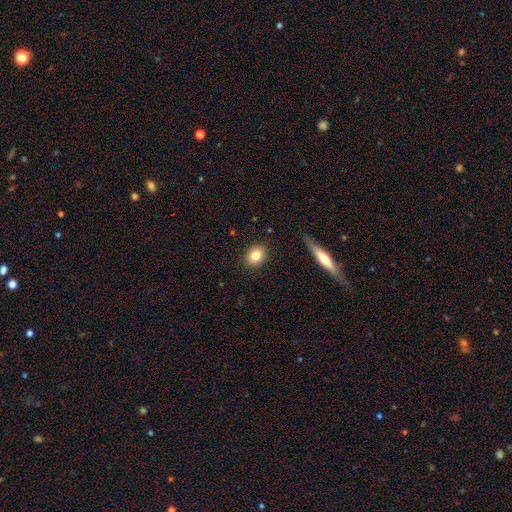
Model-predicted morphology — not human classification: A smooth galaxy with no disk features (82%) that is in between round and cigar-shaped (50%). Merging: none (88%).